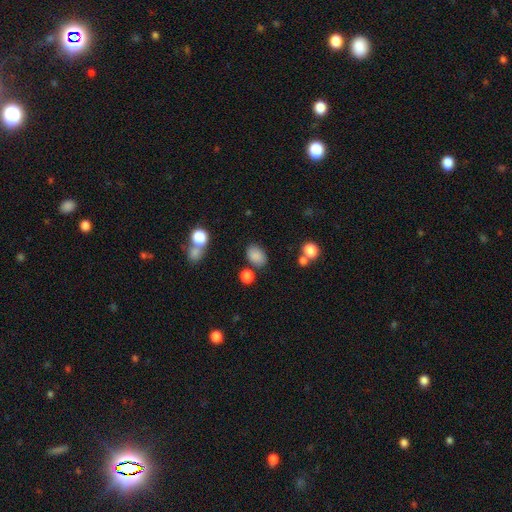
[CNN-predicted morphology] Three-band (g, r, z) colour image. It shows a smooth galaxy with no disk features (85%) that is in between round and cigar-shaped (82%). Merging: none (76%).